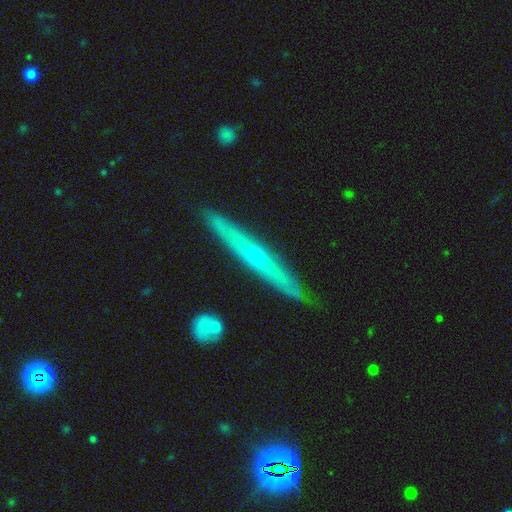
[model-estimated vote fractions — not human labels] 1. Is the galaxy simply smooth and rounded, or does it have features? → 75% featured or disk, 19% smooth, 6% star or artifact.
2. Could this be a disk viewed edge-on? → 94% yes, 6% no.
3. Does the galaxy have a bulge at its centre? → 71% rounded, 27% none, 2% boxy.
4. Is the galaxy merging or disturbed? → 88% none, 9% minor disturbance, 1% major disturbance, 1% merger.